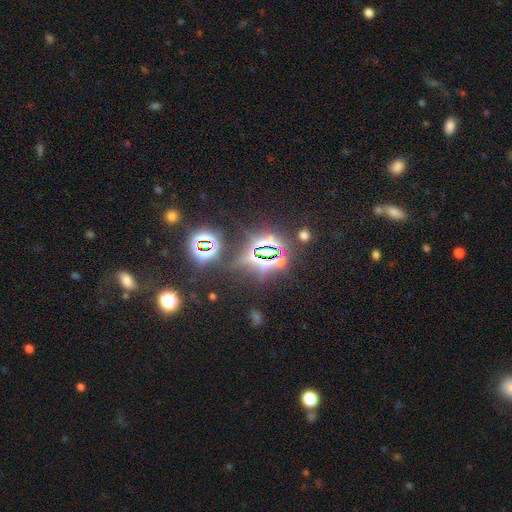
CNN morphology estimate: A star or artifact, not a galaxy (83%).